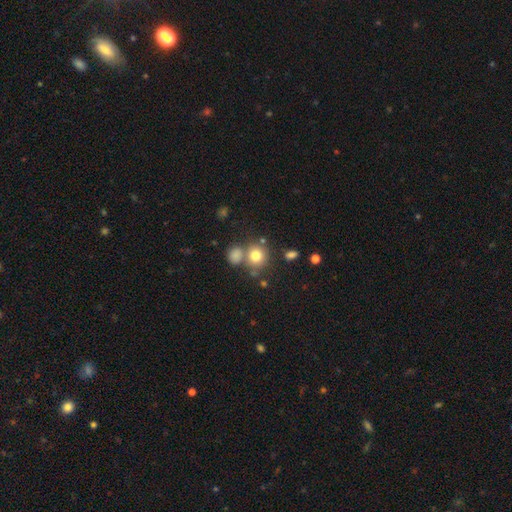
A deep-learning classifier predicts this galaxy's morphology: smooth 78%, star or artifact 12%, featured or disk 10%. Down the decision tree: how rounded — round (85%); merging — none (63%).